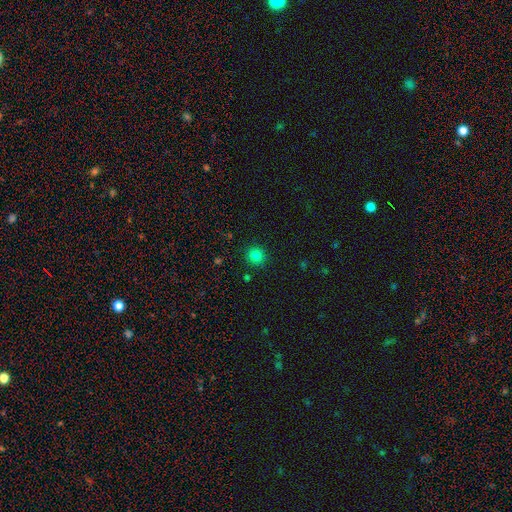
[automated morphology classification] smooth 83%, star or artifact 13%, featured or disk 4%. Down the decision tree: how rounded — round (94%); merging — none (90%).